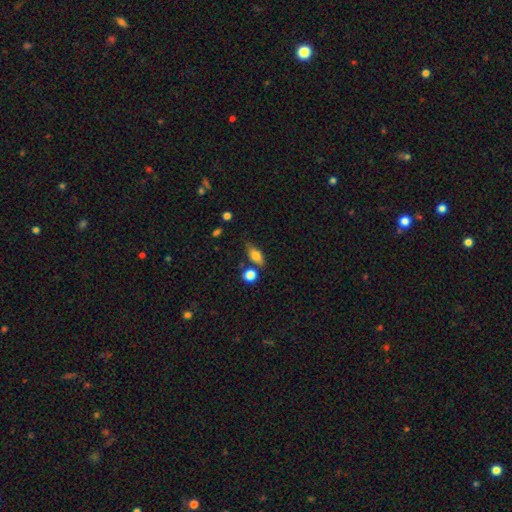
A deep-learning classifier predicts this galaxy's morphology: Overall: smooth (76%). How rounded: in between (77%). Merging: none (64%).